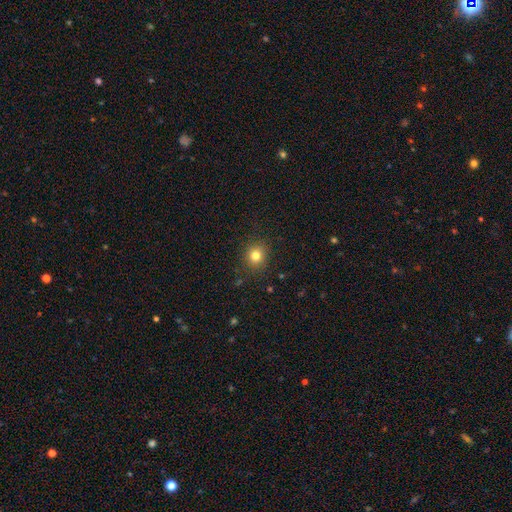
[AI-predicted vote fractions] The model was most divided on "smooth or featured": smooth: 80%, star or artifact: 13%, featured or disk: 7%. More confident: merging — none (89%); how rounded — round (88%).